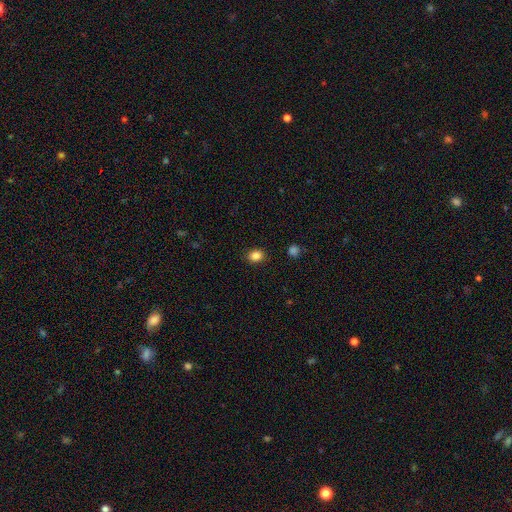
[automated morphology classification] A smooth galaxy with no disk features (86%) that is round (53%).

Vote fractions:
- Smooth or featured? smooth: 86% / star or artifact: 11% / featured or disk: 4%
- How rounded? round: 53% / in between: 46% / cigar-shaped: 1%
- Merging? none: 89% / minor disturbance: 8% / major disturbance: 2% / merger: 1%